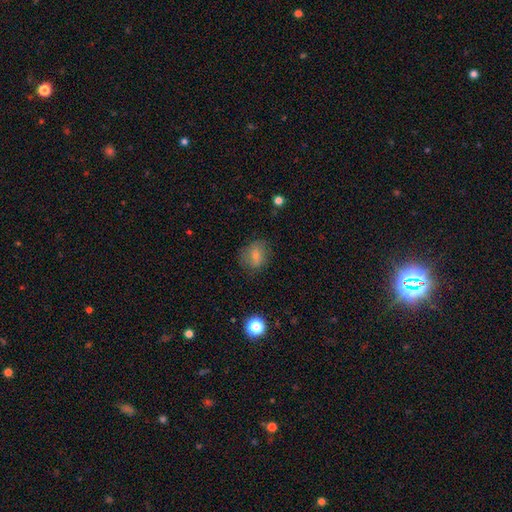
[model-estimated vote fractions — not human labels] Smooth or featured? smooth (71%)
How rounded? round (56%)
Merging? none (72%)